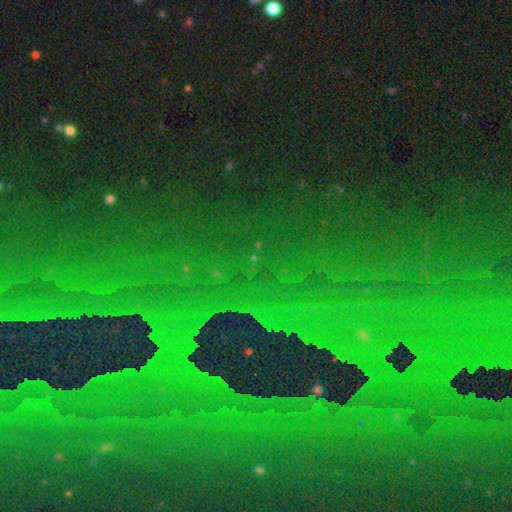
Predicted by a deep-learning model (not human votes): A star or artifact, not a galaxy (84%).

Vote fractions:
- Smooth or featured? star or artifact: 84% / featured or disk: 8% / smooth: 7%